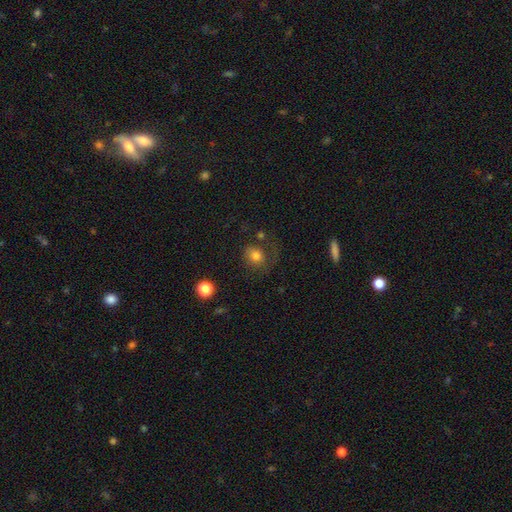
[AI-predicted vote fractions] A smooth galaxy with no disk features (74%) that is round (75%).

Vote fractions:
- Smooth or featured? smooth: 74% / featured or disk: 14% / star or artifact: 12%
- How rounded? round: 75% / in between: 24% / cigar-shaped: 1%
- Merging? none: 51% / major disturbance: 24% / minor disturbance: 19% / merger: 5%